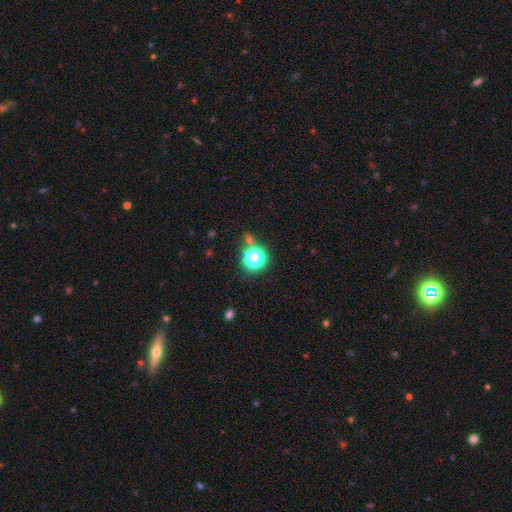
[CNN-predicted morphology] type=star or artifact (59%).